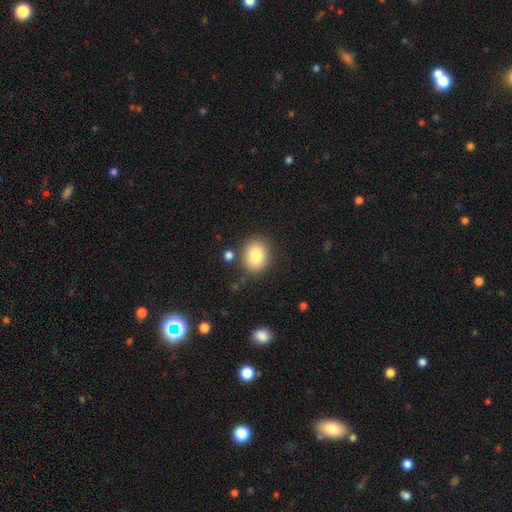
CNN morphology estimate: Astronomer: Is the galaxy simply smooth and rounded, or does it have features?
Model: smooth — 83%.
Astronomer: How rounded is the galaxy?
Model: round — 54% (runner-up: in between, 45%).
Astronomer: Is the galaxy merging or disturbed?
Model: none — 82%.